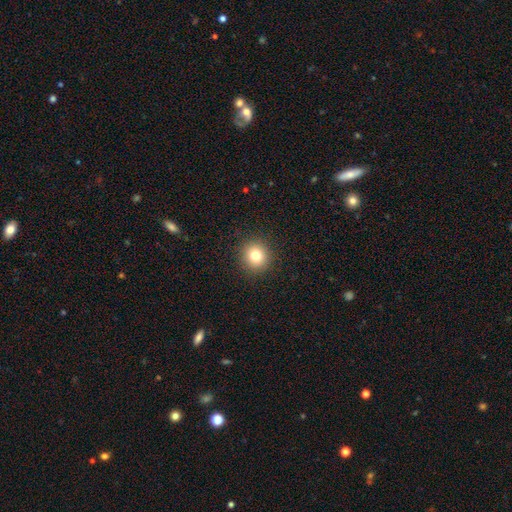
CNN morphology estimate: Q: Smooth or featured?
A: smooth (80%); runner-up: star or artifact (12%)
Q: How rounded?
A: round (92%); runner-up: in between (7%)
Q: Merging?
A: none (92%); runner-up: minor disturbance (5%)